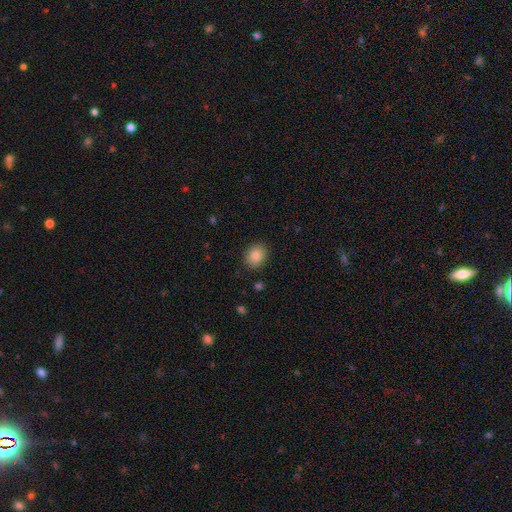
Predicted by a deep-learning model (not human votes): Smooth or featured?
  - smooth: 86% *
  - star or artifact: 8%
  - featured or disk: 5%
How rounded?
  - round: 54% *
  - in between: 45%
  - cigar-shaped: 1%
Merging?
  - none: 88% *
  - minor disturbance: 8%
  - major disturbance: 2%
  - merger: 1%